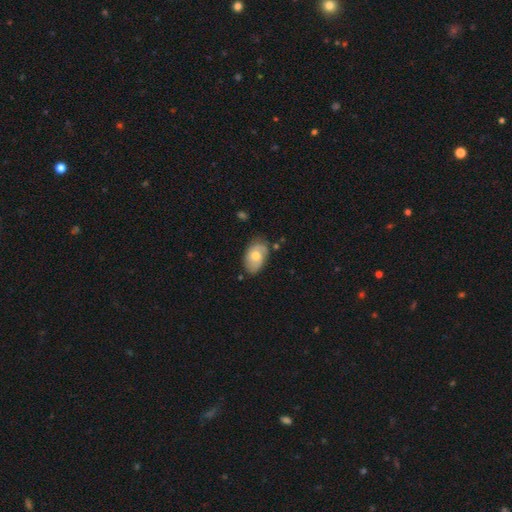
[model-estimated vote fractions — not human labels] Smooth or featured? Predicted: featured or disk (p=0.49). Merging? Predicted: none (p=0.68).